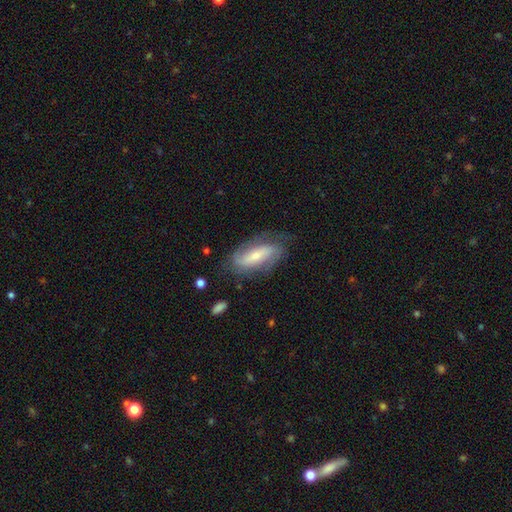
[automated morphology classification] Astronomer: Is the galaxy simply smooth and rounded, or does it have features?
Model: featured or disk — 68%.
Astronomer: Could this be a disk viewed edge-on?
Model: no — 88%.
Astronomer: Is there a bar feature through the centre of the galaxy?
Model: strong — 35% (runner-up: no, 34%).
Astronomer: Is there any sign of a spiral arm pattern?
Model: yes — 86%.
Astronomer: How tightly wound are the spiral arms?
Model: medium — 38%, tied with tight at 38%.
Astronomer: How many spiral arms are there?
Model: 2 — 69%.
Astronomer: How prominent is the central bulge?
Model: small — 59%.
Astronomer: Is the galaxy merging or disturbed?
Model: none — 71%.